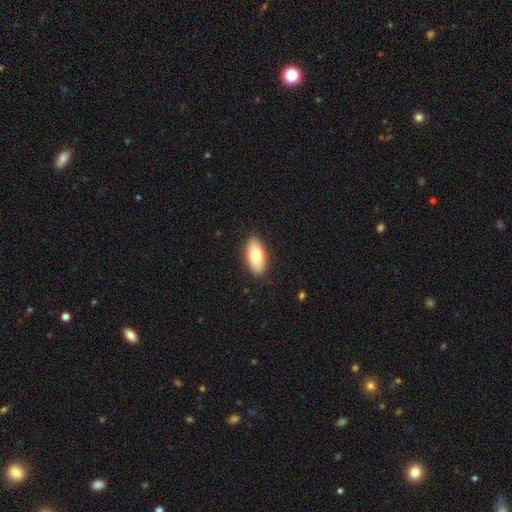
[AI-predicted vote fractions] This is likely a smooth galaxy (75%). How rounded: clearly in between (91%). Merging: clearly none (89%).